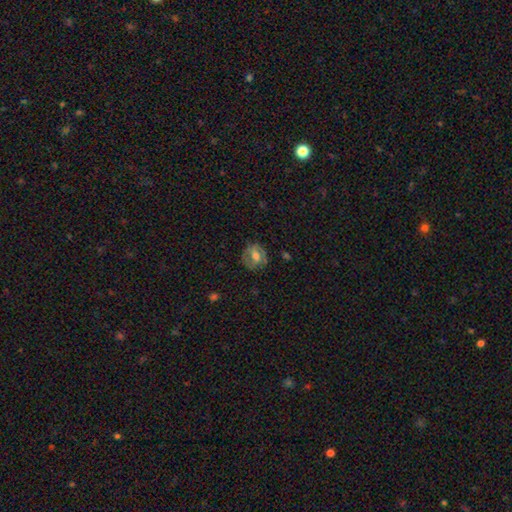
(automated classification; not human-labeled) smooth-or-featured: featured or disk: 47% | smooth: 44% | star or artifact: 8%
  merging: none: 73% | minor disturbance: 18% | major disturbance: 8% | merger: 1%